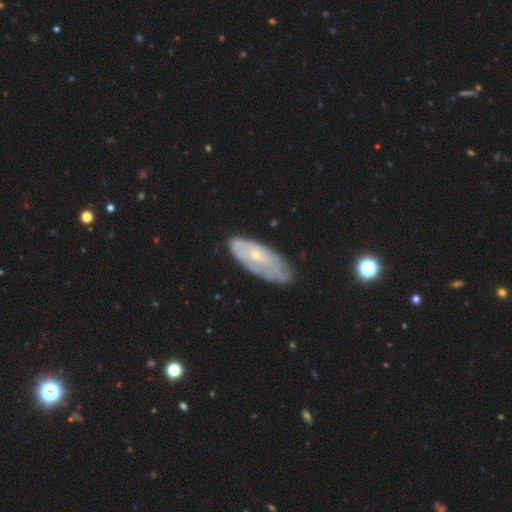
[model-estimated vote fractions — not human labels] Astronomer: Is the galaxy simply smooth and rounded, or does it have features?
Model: featured or disk — 59%.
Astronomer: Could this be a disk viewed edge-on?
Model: no — 84%.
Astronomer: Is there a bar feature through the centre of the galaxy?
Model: no — 79%.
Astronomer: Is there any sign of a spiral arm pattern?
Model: yes — 53% (runner-up: no, 47%).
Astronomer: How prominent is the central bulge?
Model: small — 73%.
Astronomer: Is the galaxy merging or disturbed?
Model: none — 68%.